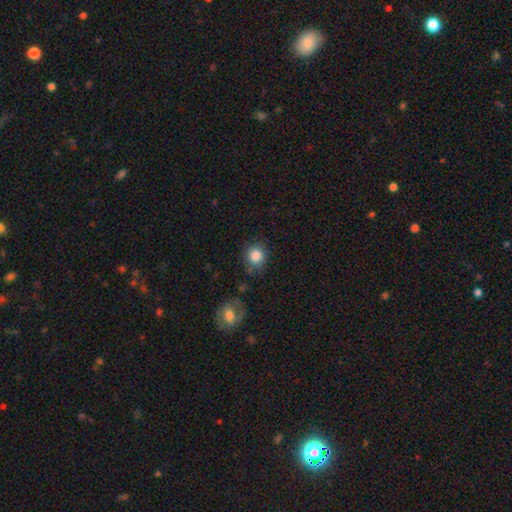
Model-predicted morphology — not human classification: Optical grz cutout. It shows a smooth galaxy with no disk features (85%) that is round (84%). Merging: none (75%).